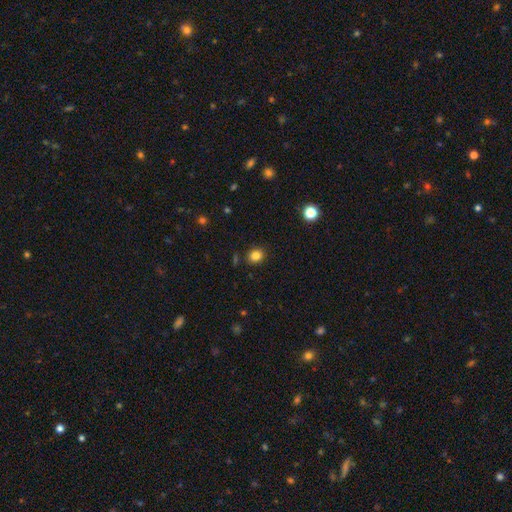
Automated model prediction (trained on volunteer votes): smooth-or-featured: smooth: 83% | star or artifact: 12% | featured or disk: 5%
  how-rounded: round: 68% | in between: 31% | cigar-shaped: 1%
  merging: none: 87% | minor disturbance: 8% | major disturbance: 2% | merger: 2%